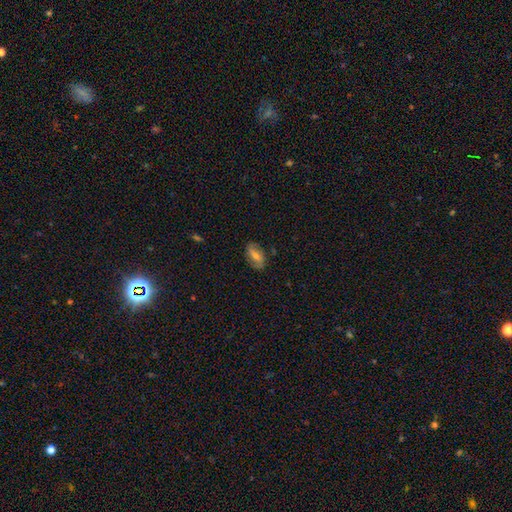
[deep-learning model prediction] This appears to be a featured or disk galaxy (47%). Merging: none (83%).